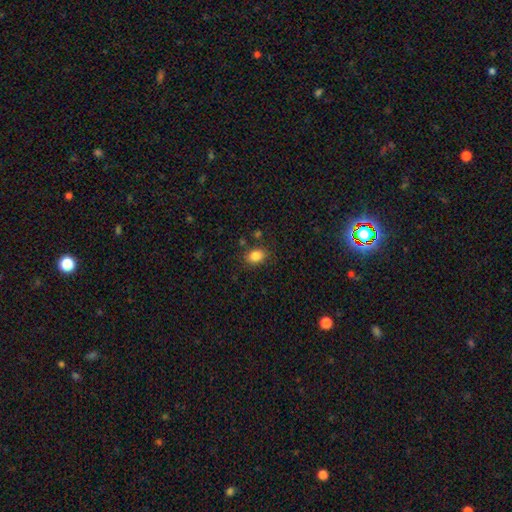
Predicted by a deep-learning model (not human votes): The model was most divided on "how rounded": in between: 72%, round: 26%, cigar-shaped: 1%. More confident: smooth or featured — smooth (85%); merging — none (81%).